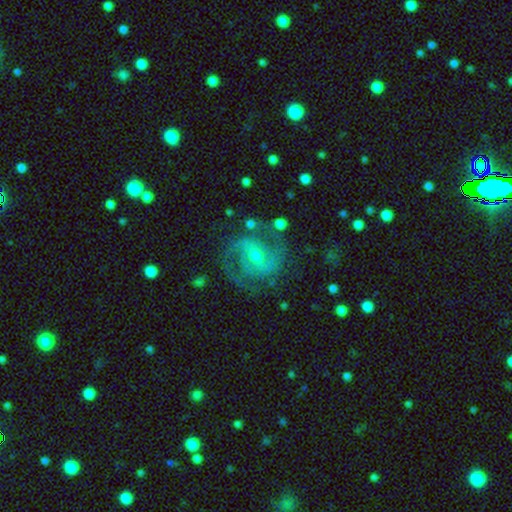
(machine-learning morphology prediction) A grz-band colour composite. It shows a featured or disk galaxy (86%) with a weak bar (47%), 2 (79%) medium (52%) spiral arms (95%) and a moderate central bulge (65%). Merging: none (71%).